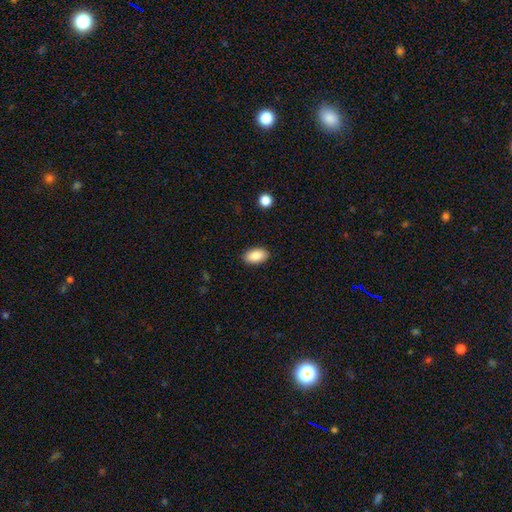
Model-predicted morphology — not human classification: Overall: smooth (87%). How rounded: in between (93%). Merging: none (89%).